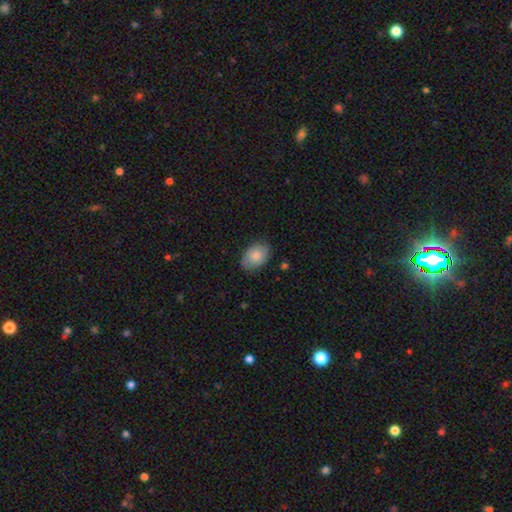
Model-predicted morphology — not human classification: This appears to be a smooth galaxy with no disk features (82%) that is in between round and cigar-shaped (81%). Merging: none (79%).